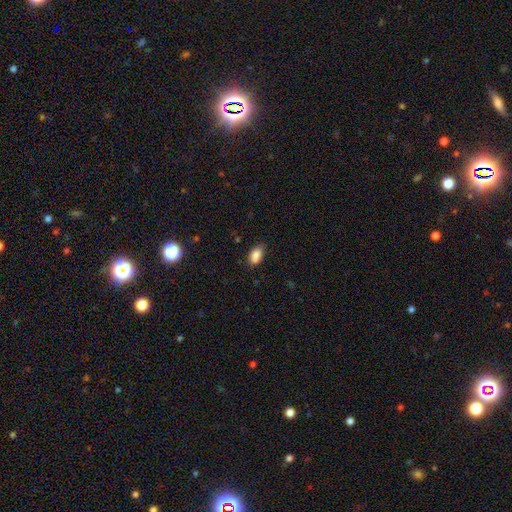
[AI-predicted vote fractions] smooth 83%, star or artifact 9%, featured or disk 7%. Down the decision tree: how rounded — in between (89%); merging — none (69%).